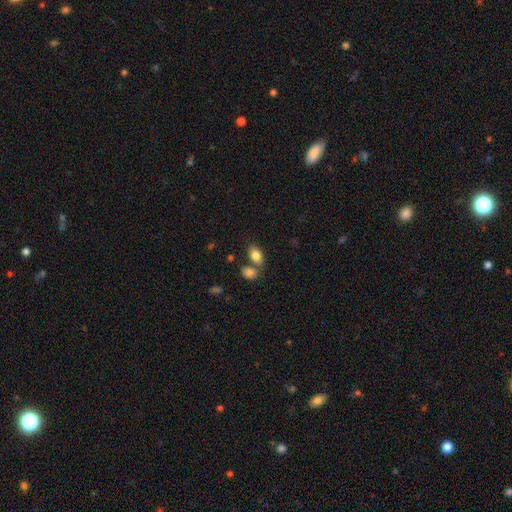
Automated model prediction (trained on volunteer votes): Smooth or featured: smooth — 83% (featured or disk — 9%)
How rounded: in between — 87% (round — 11%)
Merging: none — 50% (merger — 35%)